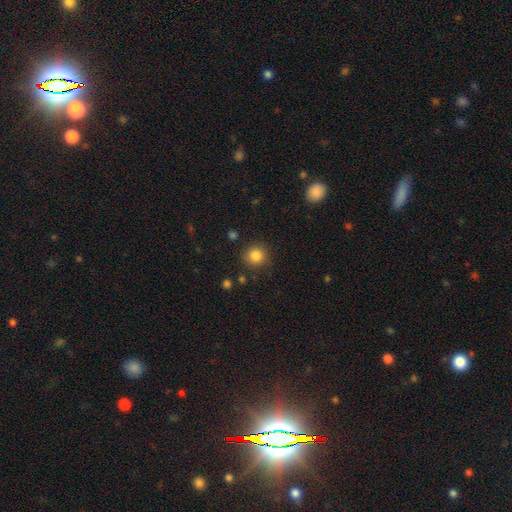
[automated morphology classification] Smooth or featured: smooth — 84% (star or artifact — 11%)
How rounded: round — 92% (in between — 7%)
Merging: none — 87% (minor disturbance — 8%)